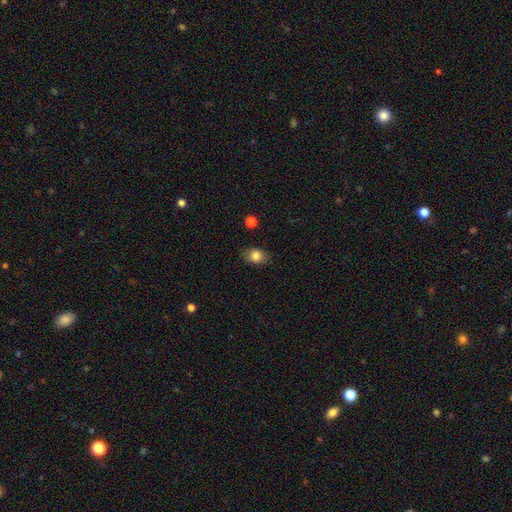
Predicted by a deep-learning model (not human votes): Smooth or featured? smooth (83%)
How rounded? in between (61%)
Merging? none (80%)